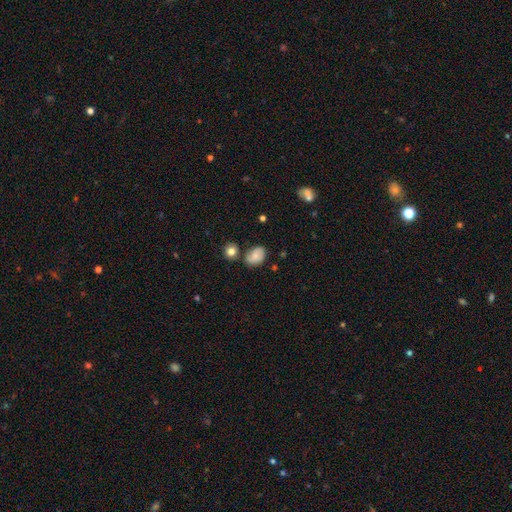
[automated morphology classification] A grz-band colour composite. It shows a smooth galaxy with no disk features (72%) that is in between round and cigar-shaped (72%). Merging: none (66%).